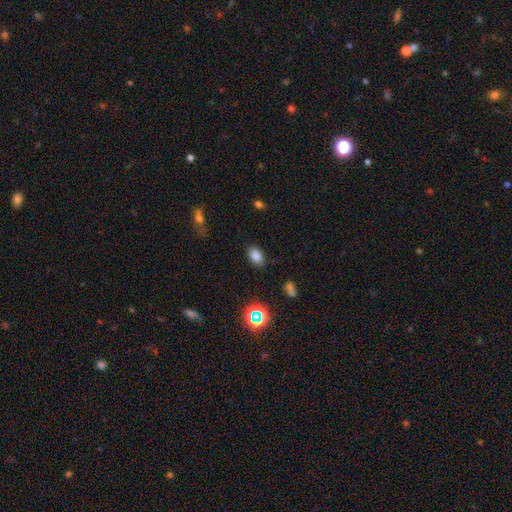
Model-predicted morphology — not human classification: smooth-or-featured: smooth: 80% | star or artifact: 14% | featured or disk: 6%
  how-rounded: in between: 82% | round: 17% | cigar-shaped: 1%
  merging: none: 83% | minor disturbance: 12% | major disturbance: 3% | merger: 2%